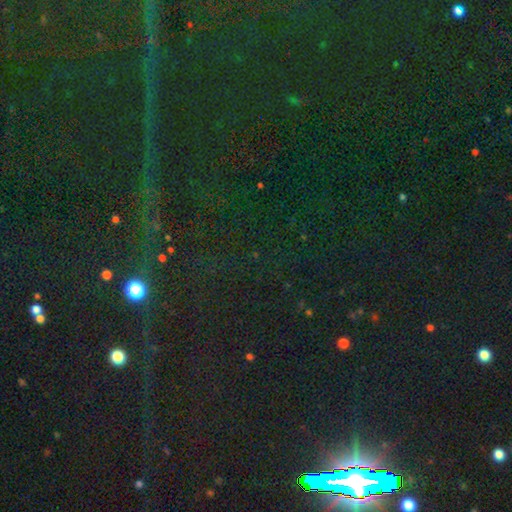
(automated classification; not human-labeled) Smooth or featured? star or artifact (82%)